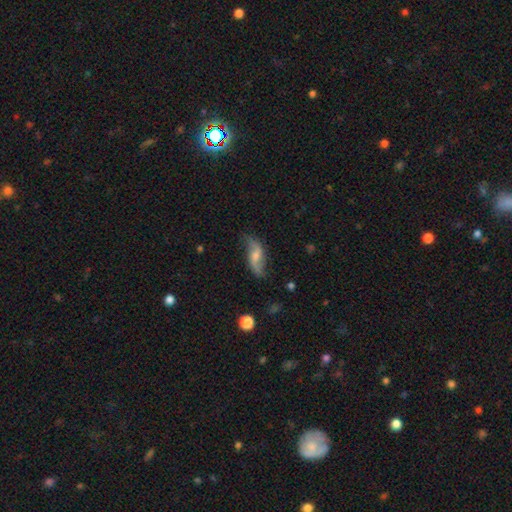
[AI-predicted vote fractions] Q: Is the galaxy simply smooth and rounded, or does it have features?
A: featured or disk — 75%.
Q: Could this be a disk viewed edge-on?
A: no — 91%.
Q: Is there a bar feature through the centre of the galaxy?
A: no — 45%.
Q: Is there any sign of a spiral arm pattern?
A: yes — 93%.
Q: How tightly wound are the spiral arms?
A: loose — 85%.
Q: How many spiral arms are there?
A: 2 — 92%.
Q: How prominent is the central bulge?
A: small — 45%.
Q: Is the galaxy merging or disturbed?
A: none — 74%.